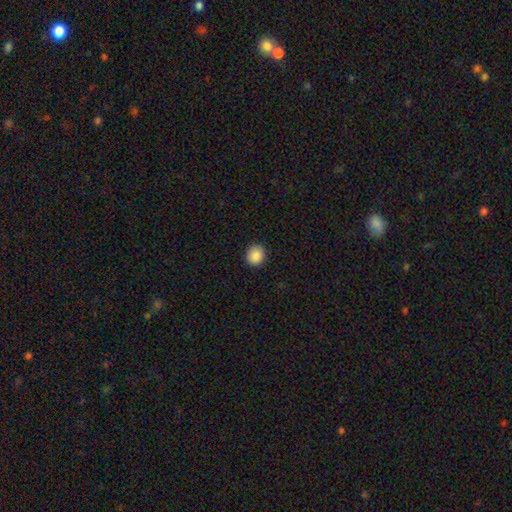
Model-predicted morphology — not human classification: smooth 88%, star or artifact 9%, featured or disk 3%. Down the decision tree: how rounded — round (83%); merging — none (91%).